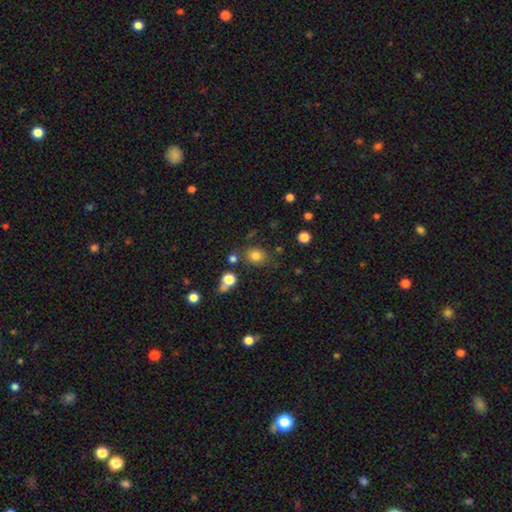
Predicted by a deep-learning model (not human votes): smooth-or-featured: smooth: 79% | star or artifact: 14% | featured or disk: 7%
  how-rounded: round: 60% | in between: 39% | cigar-shaped: 1%
  merging: none: 73% | minor disturbance: 14% | merger: 7% | major disturbance: 5%